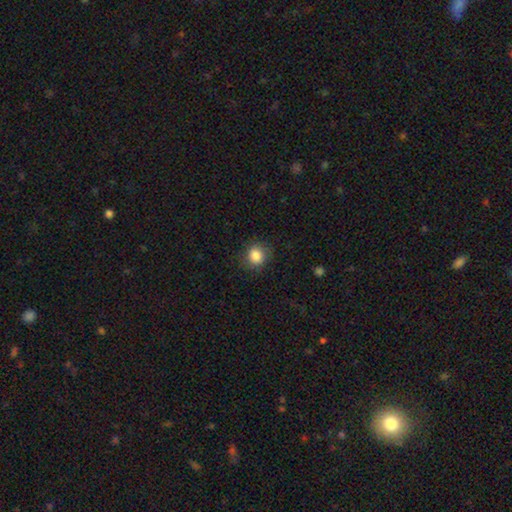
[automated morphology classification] smooth_or_featured: smooth (p=0.85) [alt: star or artifact p=0.10]
how_rounded: round (p=0.75) [alt: in between p=0.24]
merging: none (p=0.84) [alt: minor disturbance p=0.12]